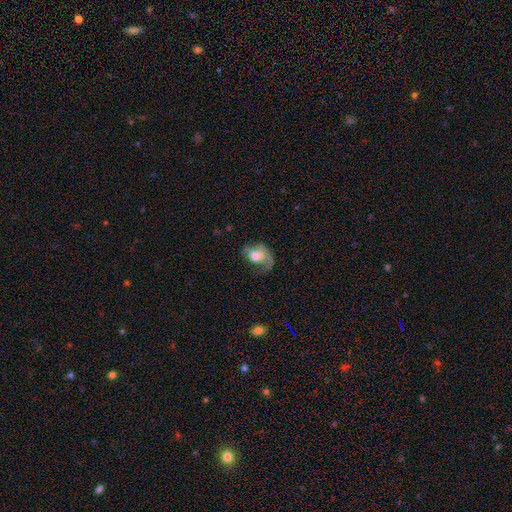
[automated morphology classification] Smooth or featured? Predicted: smooth (p=0.46). Merging? Predicted: major disturbance (p=0.47).